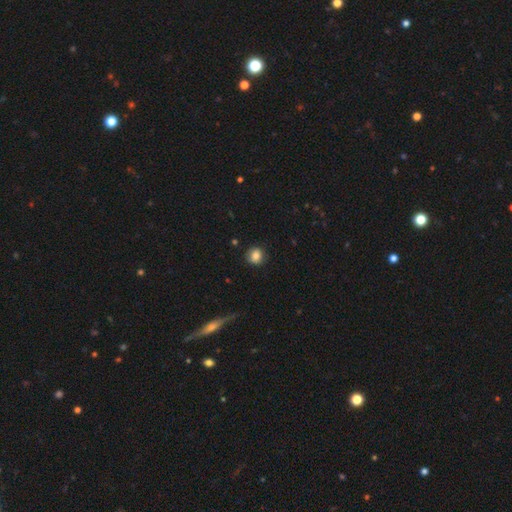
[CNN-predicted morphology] Smooth or featured?
  - smooth: 83% *
  - star or artifact: 10%
  - featured or disk: 7%
How rounded?
  - round: 85% *
  - in between: 14%
  - cigar-shaped: 1%
Merging?
  - none: 87% *
  - minor disturbance: 9%
  - major disturbance: 2%
  - merger: 1%